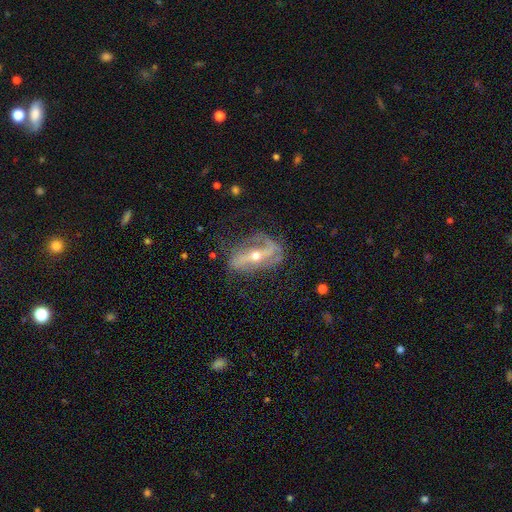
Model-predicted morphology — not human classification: smooth_or_featured: featured or disk (p=0.83) [alt: smooth p=0.10]
disk_edge_on: no (p=0.84) [alt: yes p=0.16]
bar: strong (p=0.66) [alt: weak p=0.18]
has_spiral_arms: yes (p=0.82) [alt: no p=0.18]
spiral_winding: loose (p=0.48) [alt: medium p=0.33]
spiral_arm_count: 2 (p=0.75) [alt: can't tell p=0.11]
bulge_size: moderate (p=0.48) [tied with: small p=0.48]
merging: none (p=0.57) [alt: minor disturbance p=0.22]